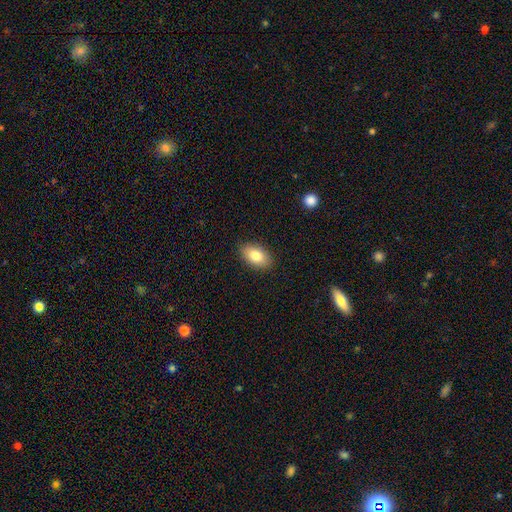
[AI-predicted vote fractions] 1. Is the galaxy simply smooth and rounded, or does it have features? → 81% smooth, 12% featured or disk, 7% star or artifact.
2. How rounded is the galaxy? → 91% in between, 7% round, 2% cigar-shaped.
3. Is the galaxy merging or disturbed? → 88% none, 9% minor disturbance, 2% major disturbance, 1% merger.